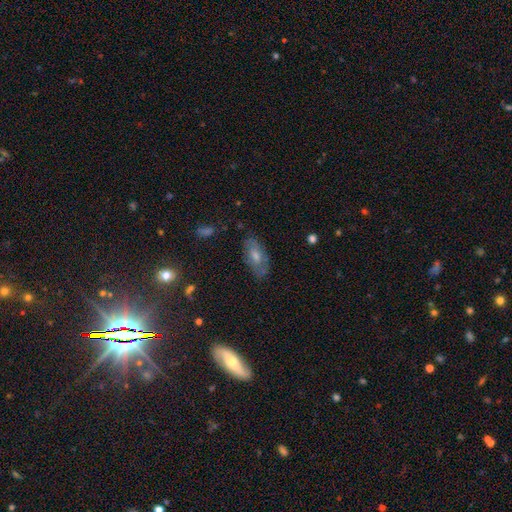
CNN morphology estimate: Overall: featured or disk (47%; smooth 38%). Merging: none (76%).